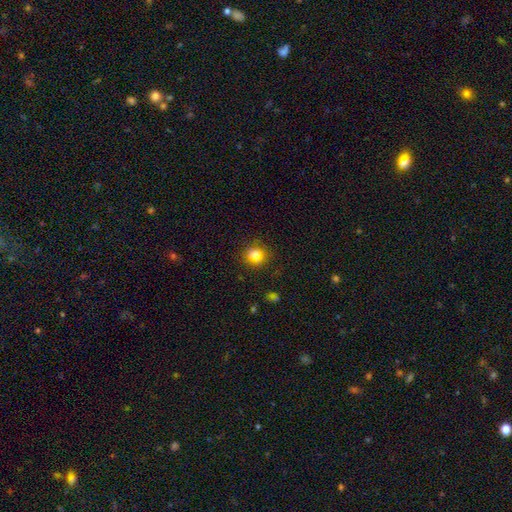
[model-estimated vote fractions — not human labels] This appears to be a smooth galaxy with no disk features (69%) that is round (83%). Merging: none (82%).